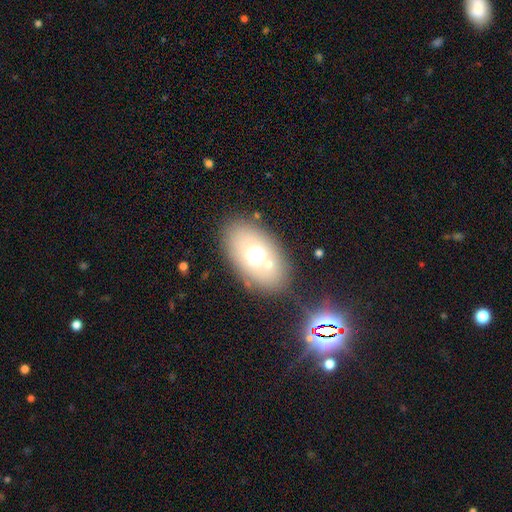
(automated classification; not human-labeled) smooth-or-featured: smooth: 62% | featured or disk: 23% | star or artifact: 15%
  how-rounded: in between: 78% | round: 20% | cigar-shaped: 2%
  merging: none: 71% | minor disturbance: 12% | merger: 10% | major disturbance: 7%